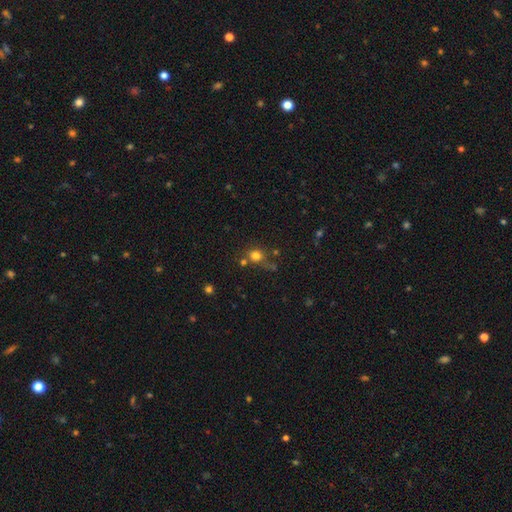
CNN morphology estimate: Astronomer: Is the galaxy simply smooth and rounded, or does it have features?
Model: smooth — 75%.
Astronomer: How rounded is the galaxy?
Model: round — 84%.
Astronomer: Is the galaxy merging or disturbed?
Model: none — 60%.